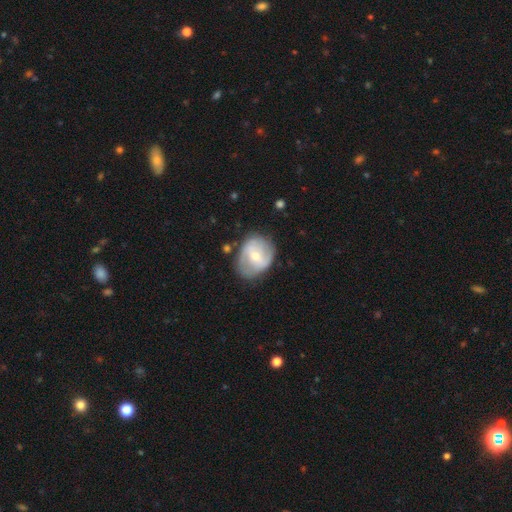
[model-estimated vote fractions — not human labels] This appears to be a featured or disk galaxy (61%) with a weak bar (44%), spiral arms (71%) and a moderate central bulge (50%). Merging: none (65%).